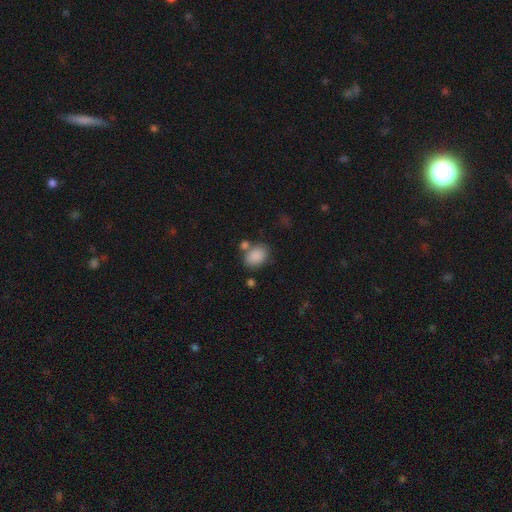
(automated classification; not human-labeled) This is clearly a smooth galaxy (87%). How rounded: likely in between (77%). Merging: likely none (63%).